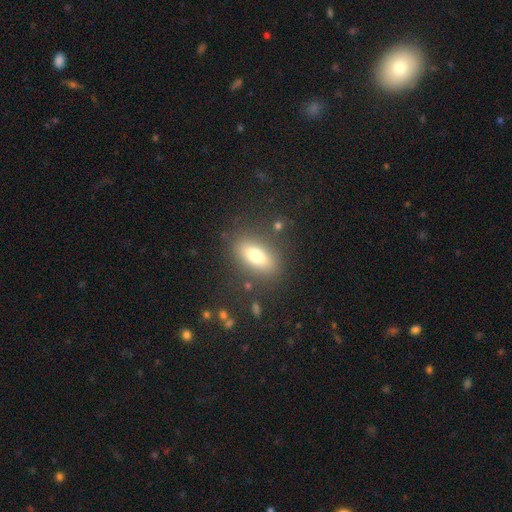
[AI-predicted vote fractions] This appears to be a smooth galaxy with no disk features (71%) that is in between round and cigar-shaped (78%). Merging: none (82%).